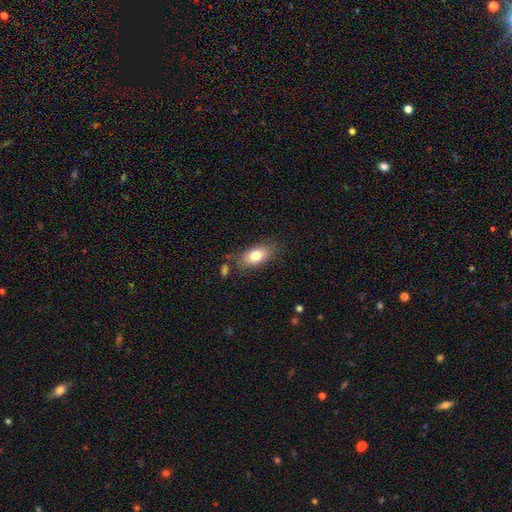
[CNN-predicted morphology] This is likely a smooth galaxy (79%). How rounded: clearly in between (88%). Merging: likely none (75%).